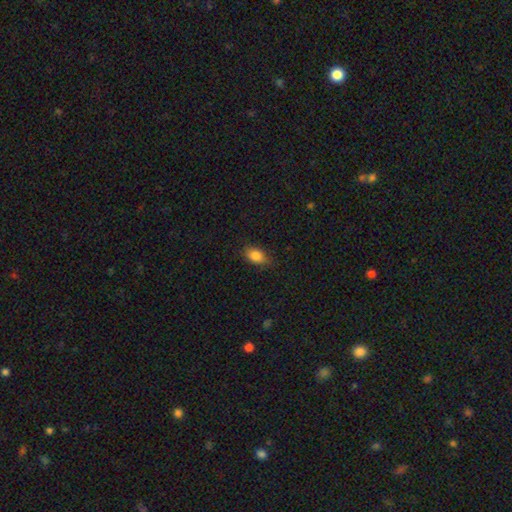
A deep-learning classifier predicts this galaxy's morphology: The model was most divided on "merging": none: 78%, minor disturbance: 17%, major disturbance: 3%, merger: 1%. More confident: smooth or featured — smooth (85%); how rounded — in between (82%).